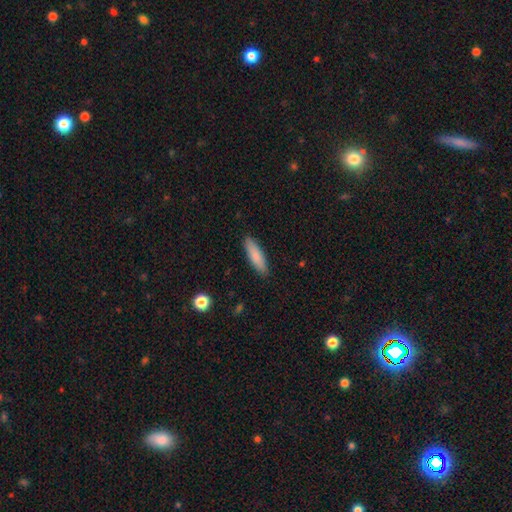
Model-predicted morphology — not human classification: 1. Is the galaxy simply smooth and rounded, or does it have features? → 84% smooth, 10% featured or disk, 6% star or artifact.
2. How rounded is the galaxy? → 66% cigar-shaped, 32% in between, 2% round.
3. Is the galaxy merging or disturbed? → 89% none, 8% minor disturbance, 2% major disturbance, 1% merger.